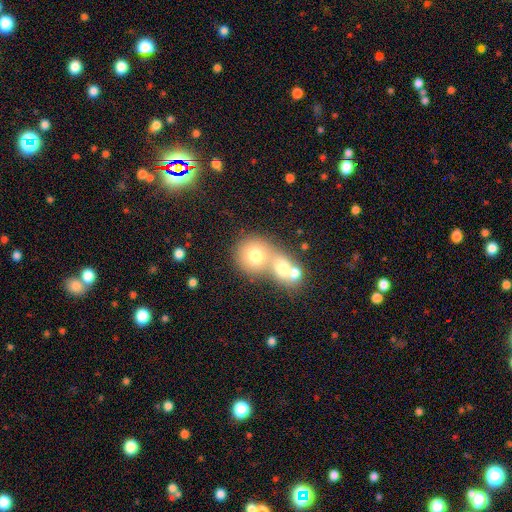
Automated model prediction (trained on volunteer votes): This is likely a smooth galaxy (68%). How rounded: clearly round (81%). Merging: likely merger (60%).